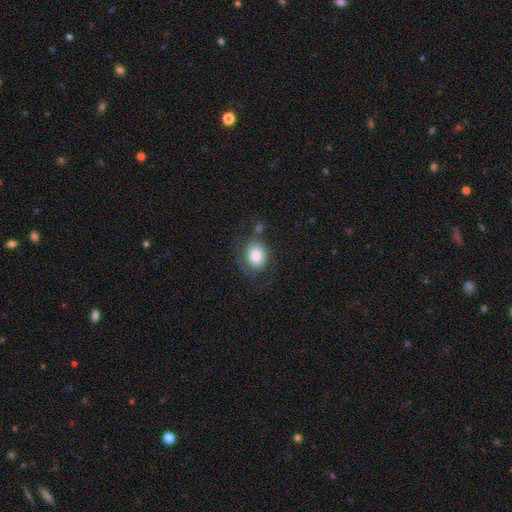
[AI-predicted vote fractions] Morphology: type=smooth (79%); roundness=in between (54%); merging=none (59%).